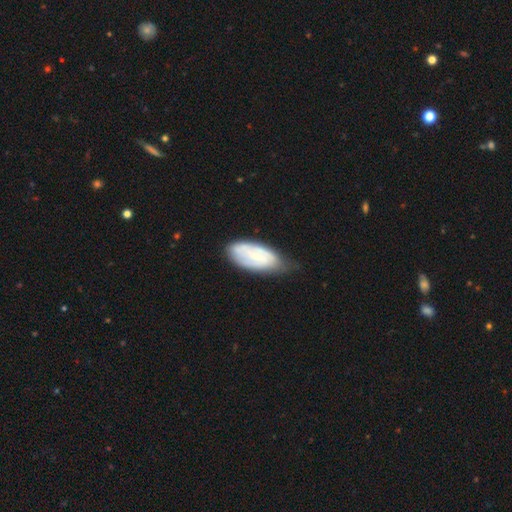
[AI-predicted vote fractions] Smooth or featured?
  - smooth: 48% *
  - featured or disk: 46%
  - star or artifact: 7%
Merging?
  - none: 52% *
  - minor disturbance: 37%
  - major disturbance: 9%
  - merger: 2%